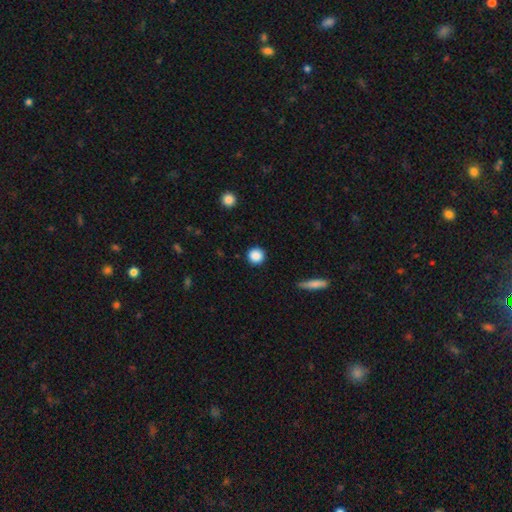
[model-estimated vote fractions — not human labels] Overall: smooth (88%). How rounded: round (95%). Merging: none (91%).